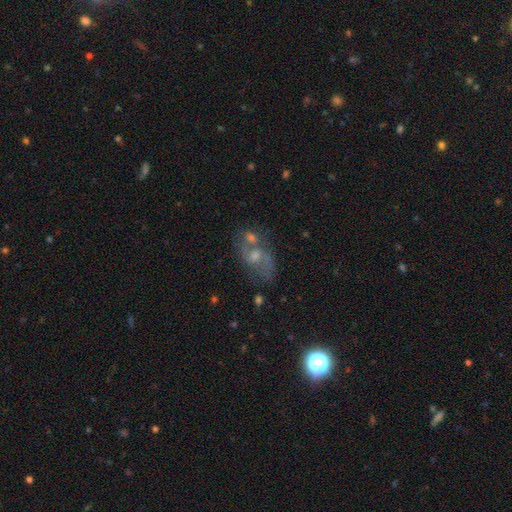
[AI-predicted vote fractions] featured or disk 53%, smooth 30%, star or artifact 17%. Down the decision tree: edge-on disk — no (94%); merging — none (40%).